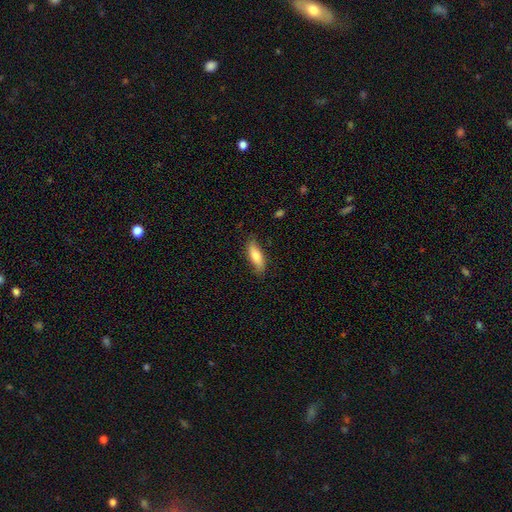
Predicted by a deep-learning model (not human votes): This is likely a smooth galaxy (74%). How rounded: possibly in between (59%). Merging: clearly none (80%).